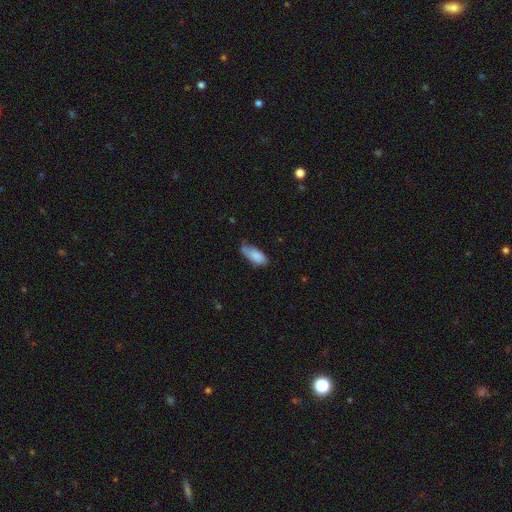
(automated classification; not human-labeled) Smooth or featured? Predicted: smooth (p=0.81). How rounded? Predicted: in between (p=0.83). Merging? Predicted: none (p=0.49).